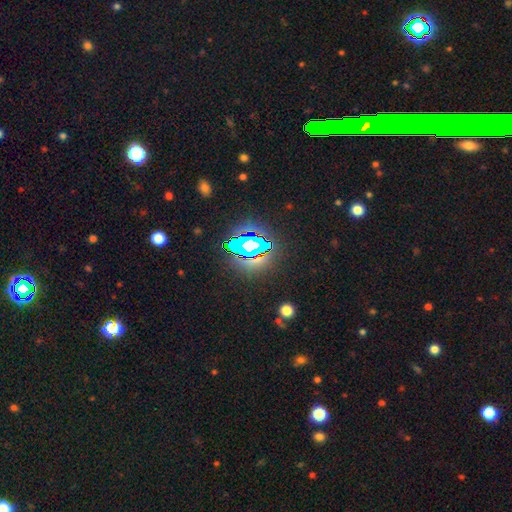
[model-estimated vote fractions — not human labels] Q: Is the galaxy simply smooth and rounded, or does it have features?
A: star or artifact — 70%.